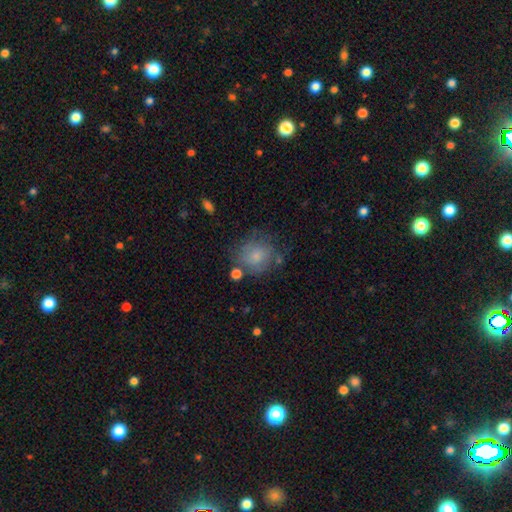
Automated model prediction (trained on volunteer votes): Smooth or featured? Predicted: smooth (p=0.75). How rounded? Predicted: round (p=0.80). Merging? Predicted: none (p=0.63).